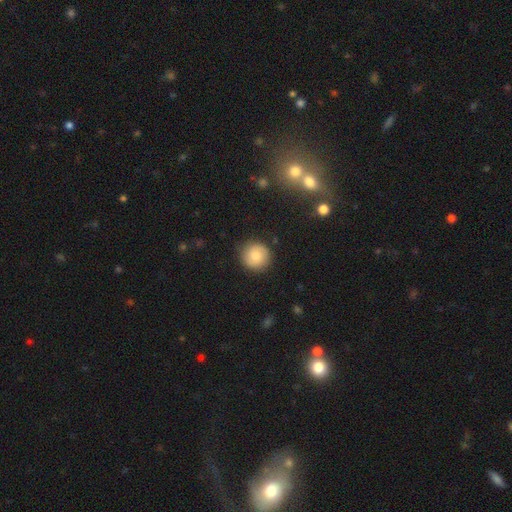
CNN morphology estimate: Smooth or featured?
  - smooth: 69% *
  - featured or disk: 23%
  - star or artifact: 8%
How rounded?
  - round: 93% *
  - in between: 6%
  - cigar-shaped: 1%
Merging?
  - none: 87% *
  - minor disturbance: 9%
  - major disturbance: 3%
  - merger: 1%